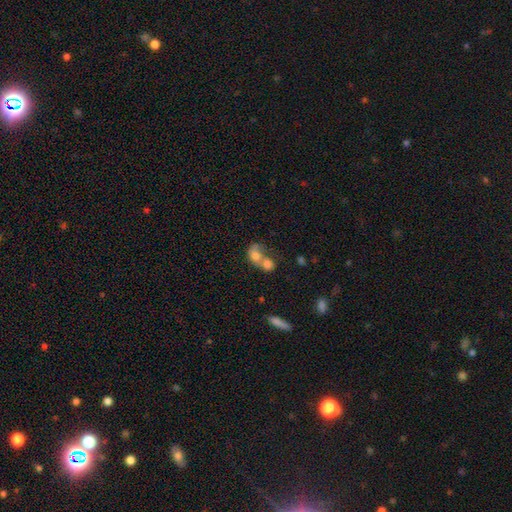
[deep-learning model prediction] A smooth galaxy with no disk features (66%) that is in between round and cigar-shaped (53%). Merging: merger (75%).